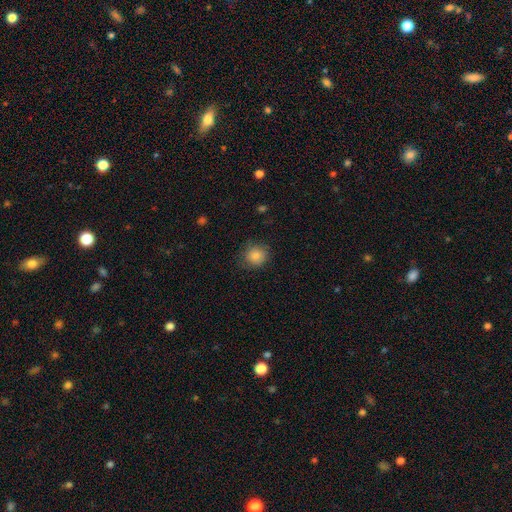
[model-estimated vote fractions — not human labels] Smooth or featured?
  - smooth: 84% *
  - star or artifact: 10%
  - featured or disk: 7%
How rounded?
  - round: 85% *
  - in between: 14%
  - cigar-shaped: 1%
Merging?
  - none: 79% *
  - minor disturbance: 15%
  - major disturbance: 5%
  - merger: 1%